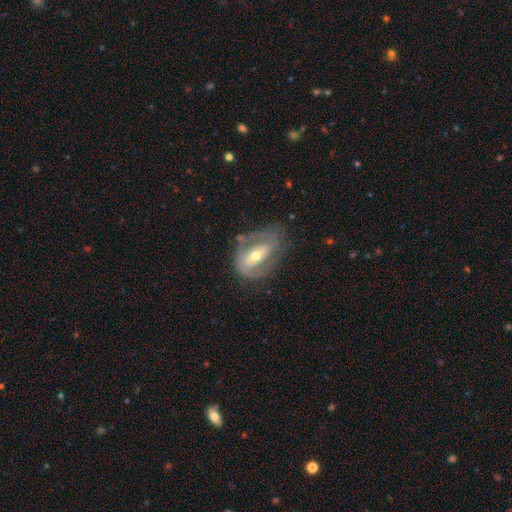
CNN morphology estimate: Smooth or featured? featured or disk (73%)
Edge-on disk? no (93%)
Bar? strong (36%)
Spiral arms? yes (69%)
Bulge size? moderate (60%)
Merging? none (54%)